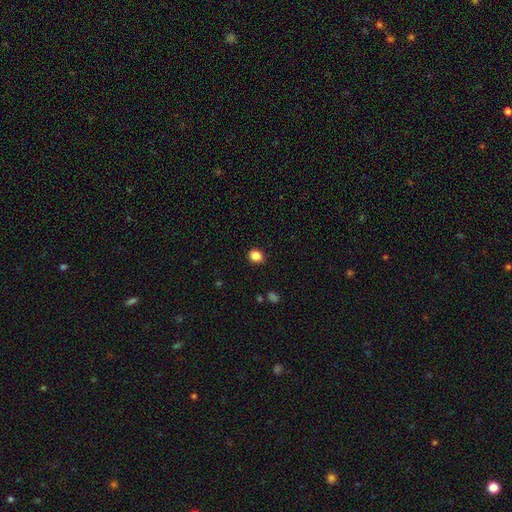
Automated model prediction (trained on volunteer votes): Smooth or featured: smooth — 85% (star or artifact — 11%)
How rounded: round — 70% (in between — 29%)
Merging: none — 89% (minor disturbance — 8%)